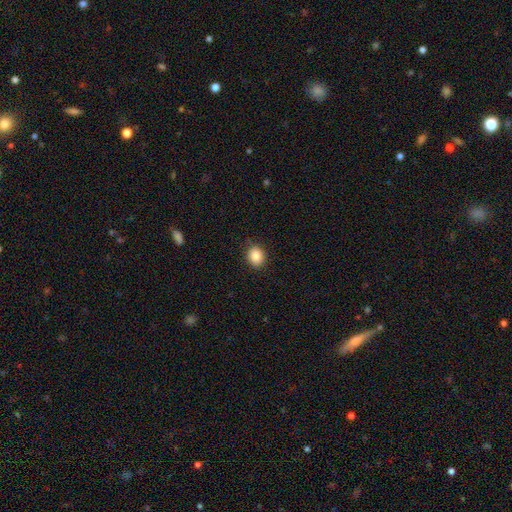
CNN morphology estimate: A smooth galaxy with no disk features (86%) that is round (64%).

Vote fractions:
- Smooth or featured? smooth: 86% / star or artifact: 9% / featured or disk: 5%
- How rounded? round: 64% / in between: 35% / cigar-shaped: 1%
- Merging? none: 86% / minor disturbance: 10% / major disturbance: 2% / merger: 1%